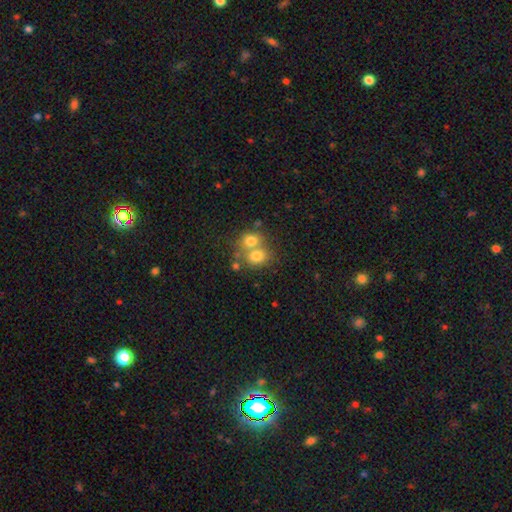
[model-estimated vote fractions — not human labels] A smooth galaxy with no disk features (73%) that is round (65%).

Vote fractions:
- Smooth or featured? smooth: 73% / featured or disk: 14% / star or artifact: 12%
- How rounded? round: 65% / in between: 34% / cigar-shaped: 1%
- Merging? merger: 56% / none: 34% / minor disturbance: 7% / major disturbance: 3%